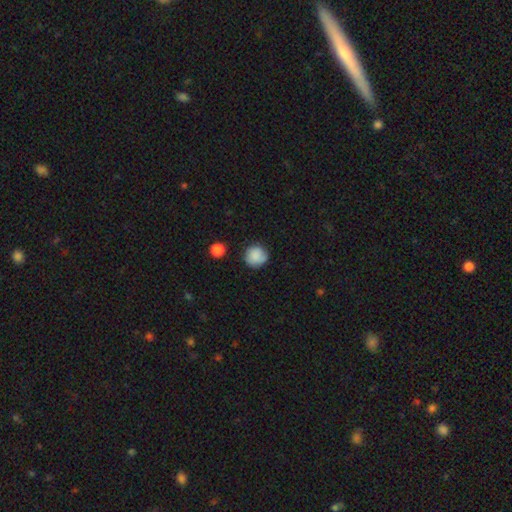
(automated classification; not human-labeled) Morphology: type=smooth (84%); roundness=round (92%); merging=none (77%).